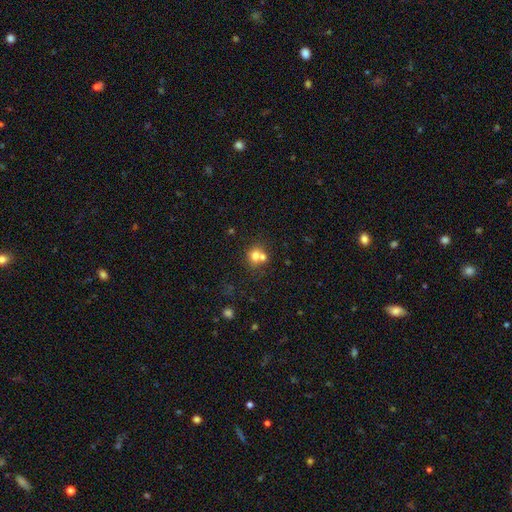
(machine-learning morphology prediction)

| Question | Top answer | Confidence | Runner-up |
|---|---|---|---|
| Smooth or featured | smooth | 70% | featured or disk (17%) |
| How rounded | round | 77% | in between (22%) |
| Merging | merger | 50% | none (40%) |